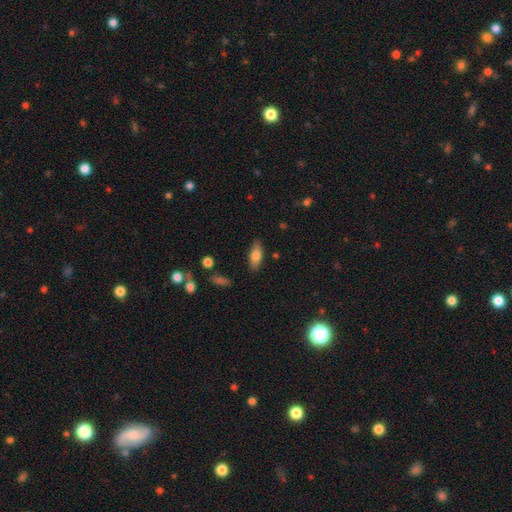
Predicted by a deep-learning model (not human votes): smooth_or_featured: smooth (p=0.75) [alt: featured or disk p=0.18]
how_rounded: in between (p=0.78) [alt: cigar-shaped p=0.20]
merging: none (p=0.84) [alt: minor disturbance p=0.11]